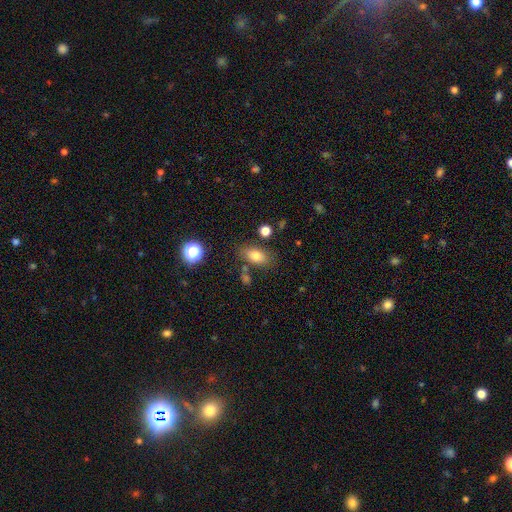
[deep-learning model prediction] A smooth galaxy with no disk features (78%) that is in between round and cigar-shaped (85%). Merging: none (76%).